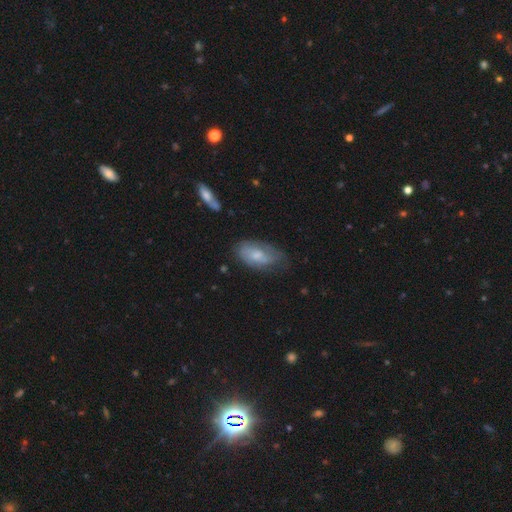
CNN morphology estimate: smooth-or-featured: smooth: 51% | featured or disk: 42% | star or artifact: 7%
  how-rounded: in between: 91% | cigar-shaped: 5% | round: 4%
  merging: none: 57% | minor disturbance: 31% | major disturbance: 10% | merger: 2%